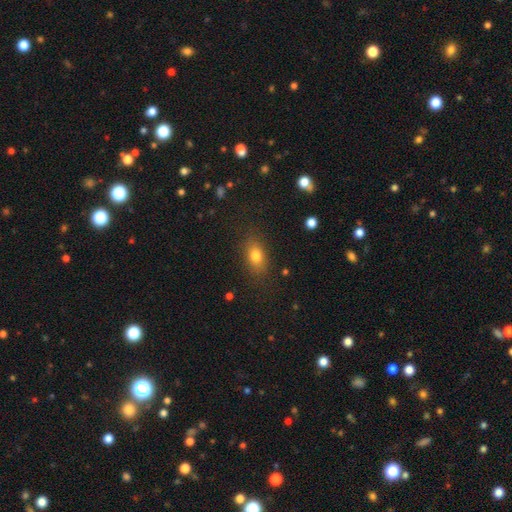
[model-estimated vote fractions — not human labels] This is likely a smooth galaxy (79%). How rounded: likely in between (77%). Merging: clearly none (82%).